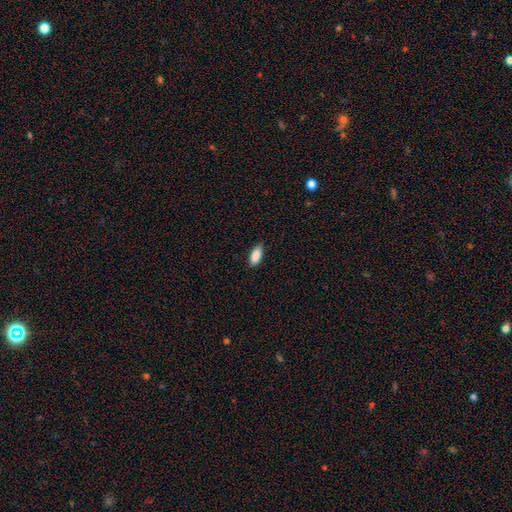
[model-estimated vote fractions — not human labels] This appears to be a smooth galaxy with no disk features (88%) that is in between round and cigar-shaped (81%). Merging: none (81%).